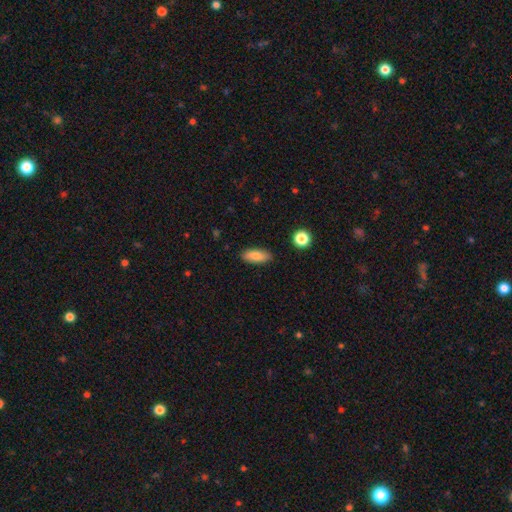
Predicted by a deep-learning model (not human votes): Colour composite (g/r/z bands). It shows a smooth galaxy with no disk features (81%) that is in between round and cigar-shaped (80%). Merging: none (87%).